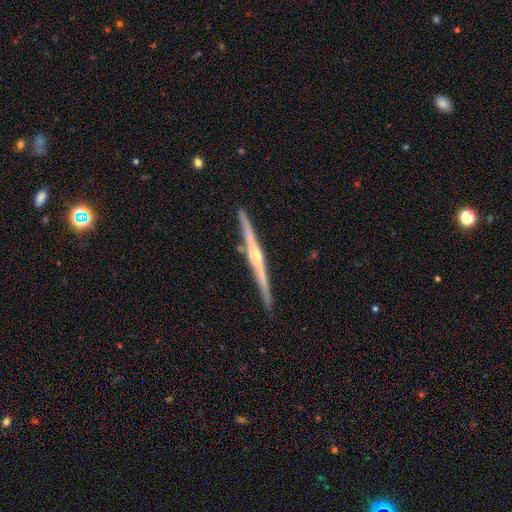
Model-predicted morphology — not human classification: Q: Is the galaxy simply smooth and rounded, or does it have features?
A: featured or disk — 81%.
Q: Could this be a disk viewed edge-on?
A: yes — 98%.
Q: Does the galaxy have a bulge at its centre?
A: rounded — 76%.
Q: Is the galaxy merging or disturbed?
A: none — 91%.